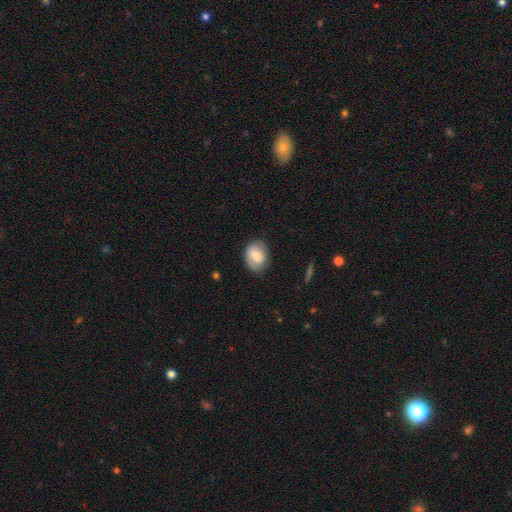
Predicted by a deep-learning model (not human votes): smooth-or-featured: smooth: 77% | featured or disk: 16% | star or artifact: 7%
  how-rounded: in between: 68% | round: 31% | cigar-shaped: 1%
  merging: none: 78% | minor disturbance: 17% | major disturbance: 4% | merger: 1%